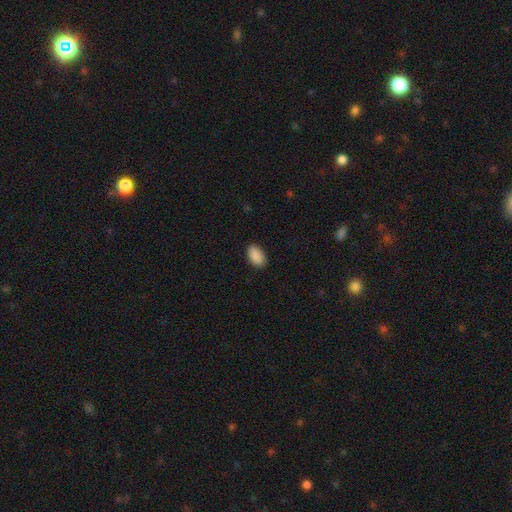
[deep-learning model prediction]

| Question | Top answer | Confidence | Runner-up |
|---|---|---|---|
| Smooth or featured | smooth | 90% | star or artifact (7%) |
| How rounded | in between | 93% | round (5%) |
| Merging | none | 88% | minor disturbance (9%) |